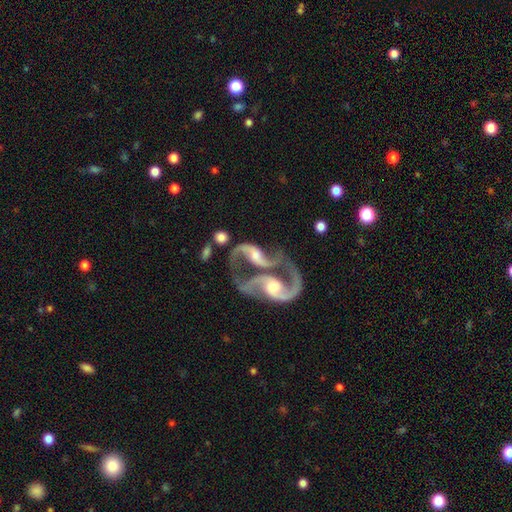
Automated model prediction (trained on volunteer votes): Smooth or featured?
  - featured or disk: 86% *
  - smooth: 8%
  - star or artifact: 6%
Edge-on disk?
  - no: 97% *
  - yes: 3%
Bar?
  - no: 46% *
  - weak: 39%
  - strong: 15%
Spiral arms?
  - yes: 93% *
  - no: 7%
Spiral winding?
  - loose: 54% *
  - medium: 38%
  - tight: 8%
Spiral arm count?
  - 2: 80% *
  - 1: 8%
  - can't tell: 5%
  - 3: 3%
  - 4: 1%
  - more than 4: 1%
Bulge size?
  - moderate: 54% *
  - small: 31%
  - large: 8%
  - none: 6%
  - dominant: 2%
Merging?
  - merger: 72% *
  - none: 12%
  - major disturbance: 11%
  - minor disturbance: 5%